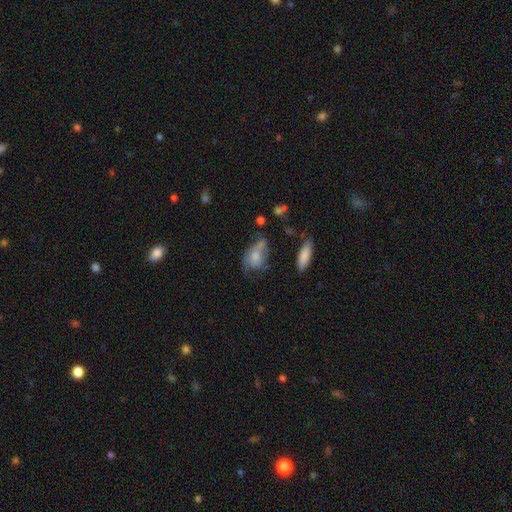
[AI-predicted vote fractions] smooth 59%, featured or disk 33%, star or artifact 8%. Down the decision tree: how rounded — in between (80%); merging — none (33%).